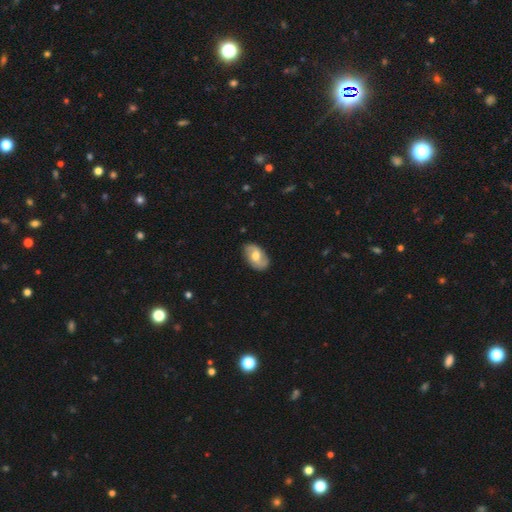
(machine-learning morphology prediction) Smooth or featured: featured or disk — 56% (smooth — 38%)
Edge-on disk: no — 95% (yes — 5%)
Bar: no — 49% (weak — 41%)
Spiral arms: yes — 82% (no — 18%)
Bulge size: moderate — 70% (small — 16%)
Merging: none — 81% (minor disturbance — 14%)